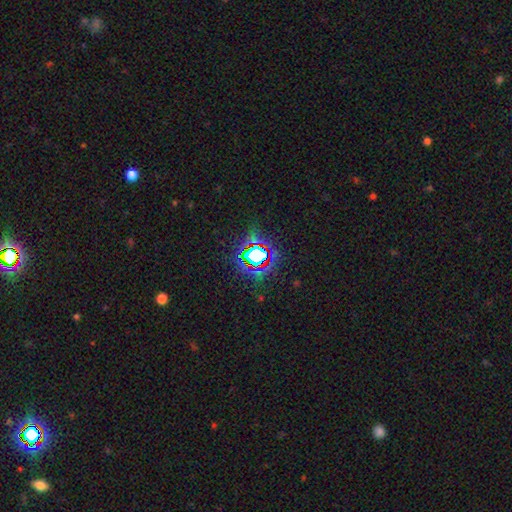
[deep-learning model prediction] Smooth or featured? star or artifact (71%)